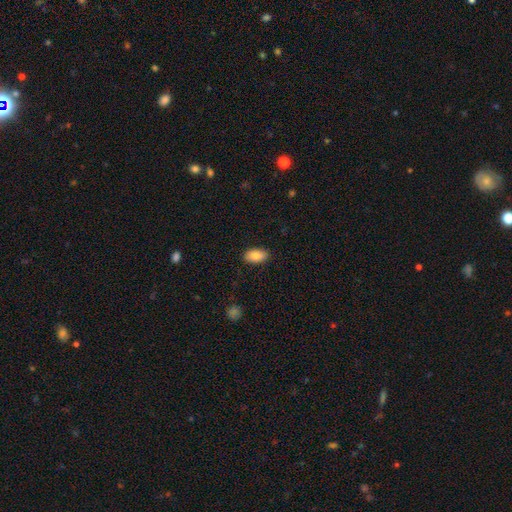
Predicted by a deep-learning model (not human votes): Overall: smooth (87%). How rounded: in between (94%). Merging: none (89%).